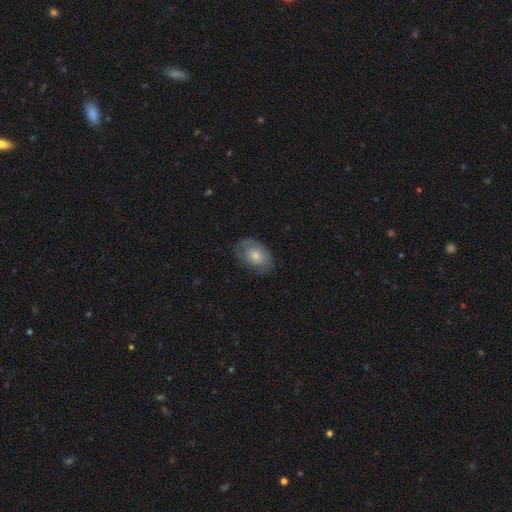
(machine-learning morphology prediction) smooth_or_featured: smooth (p=0.59) [alt: featured or disk p=0.35]
how_rounded: in between (p=0.82) [alt: round p=0.17]
merging: none (p=0.66) [alt: minor disturbance p=0.24]